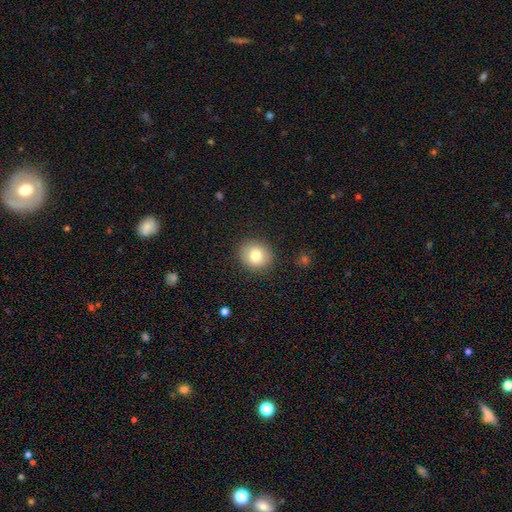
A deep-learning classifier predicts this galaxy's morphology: Overall: smooth (80%). How rounded: round (80%). Merging: none (88%).